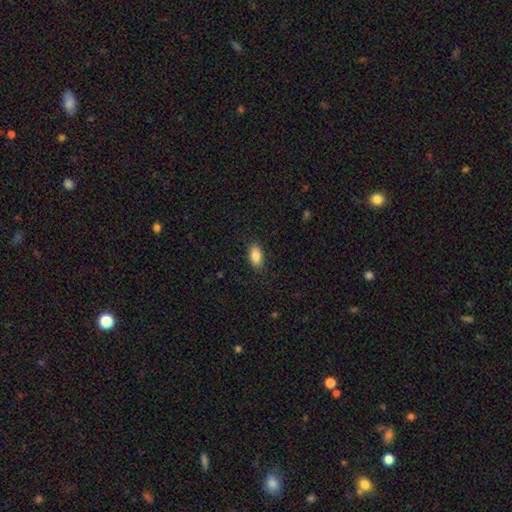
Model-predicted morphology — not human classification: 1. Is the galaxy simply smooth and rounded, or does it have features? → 86% smooth, 7% star or artifact, 6% featured or disk.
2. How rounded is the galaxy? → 92% in between, 4% round, 4% cigar-shaped.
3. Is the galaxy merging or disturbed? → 87% none, 10% minor disturbance, 3% major disturbance, 1% merger.